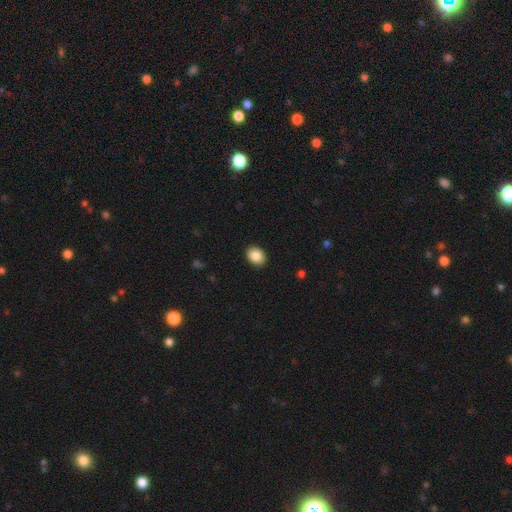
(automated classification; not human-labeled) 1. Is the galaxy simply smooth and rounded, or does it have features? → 88% smooth, 8% star or artifact, 4% featured or disk.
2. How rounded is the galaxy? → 62% in between, 37% round, 1% cigar-shaped.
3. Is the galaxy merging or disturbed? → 91% none, 7% minor disturbance, 2% major disturbance, 1% merger.